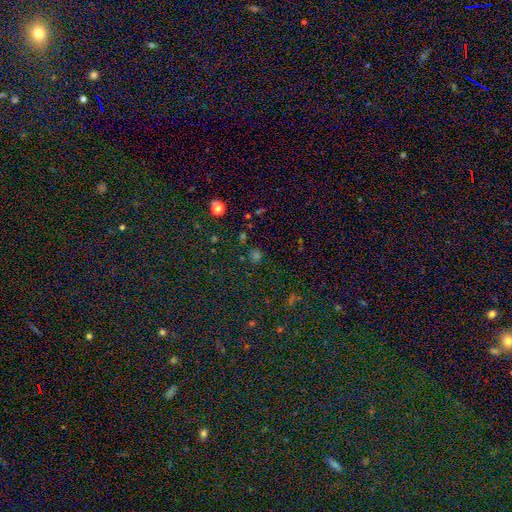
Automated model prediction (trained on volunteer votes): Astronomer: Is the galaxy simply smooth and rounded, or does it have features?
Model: star or artifact — 52% (runner-up: smooth, 42%).